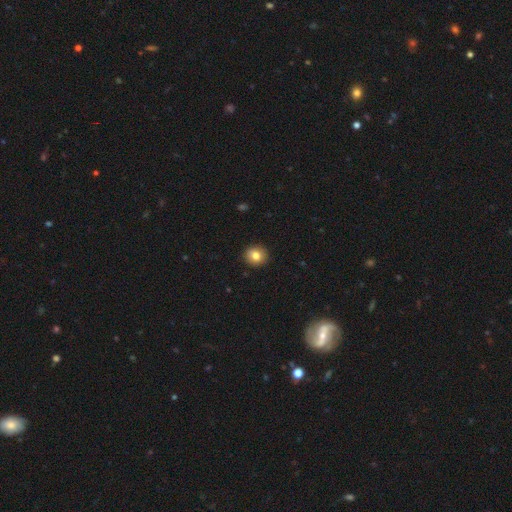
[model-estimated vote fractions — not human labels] smooth 81%, star or artifact 10%, featured or disk 9%. Down the decision tree: how rounded — round (85%); merging — none (91%).